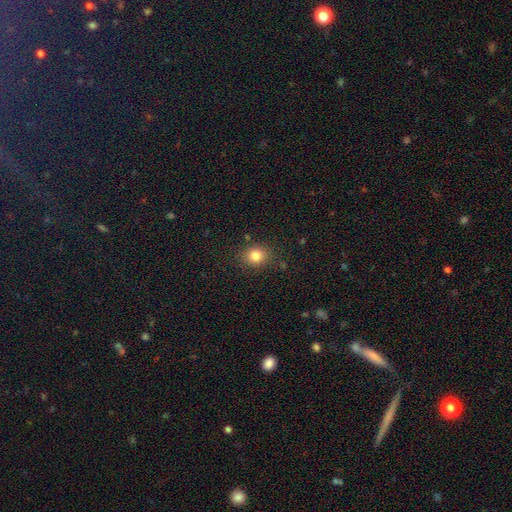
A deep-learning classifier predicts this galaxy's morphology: Overall: smooth (81%). How rounded: round (73%). Merging: none (84%).